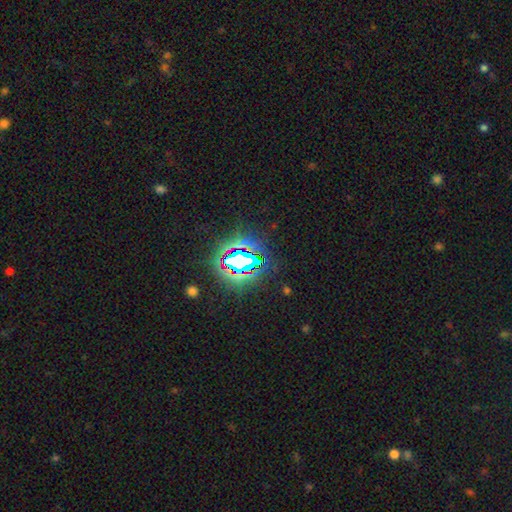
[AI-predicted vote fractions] This appears to be a star or artifact, not a galaxy (85%).